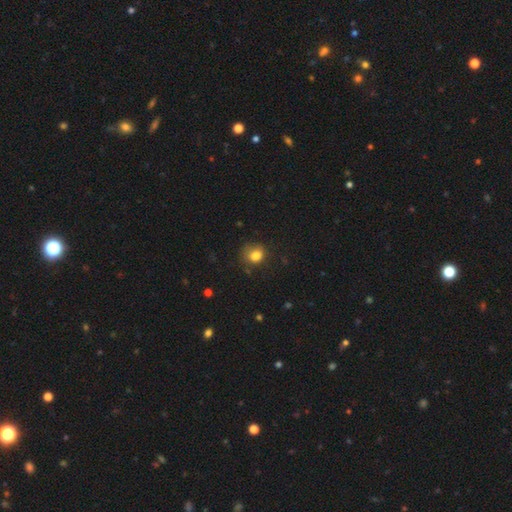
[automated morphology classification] A smooth galaxy with no disk features (81%) that is round (72%). Merging: none (68%).